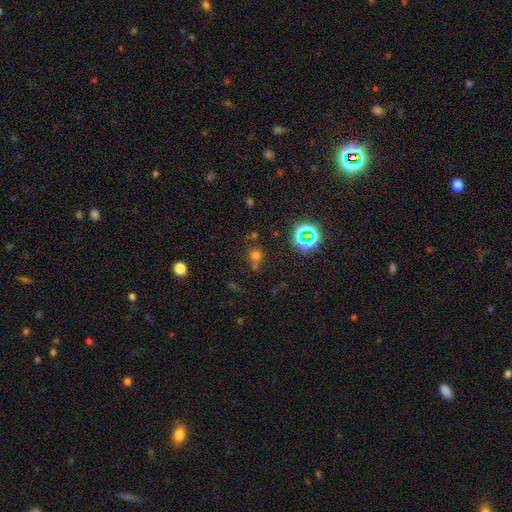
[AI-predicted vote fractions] smooth-or-featured: smooth: 61% | star or artifact: 31% | featured or disk: 9%
  how-rounded: round: 87% | in between: 12% | cigar-shaped: 1%
  merging: none: 65% | merger: 19% | minor disturbance: 11% | major disturbance: 5%